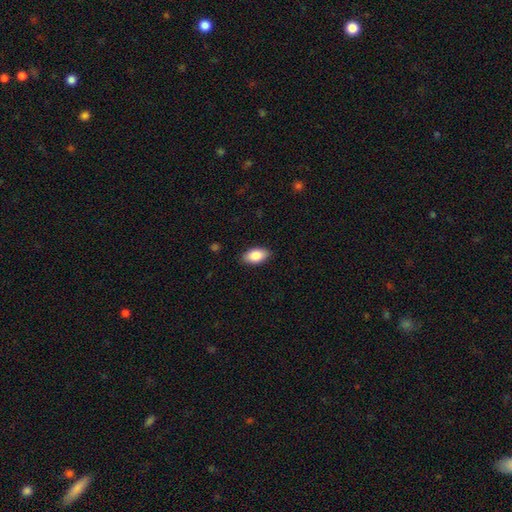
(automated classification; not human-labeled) A smooth galaxy with no disk features (86%) that is in between round and cigar-shaped (94%).

Vote fractions:
- Smooth or featured? smooth: 86% / featured or disk: 8% / star or artifact: 7%
- How rounded? in between: 94% / round: 4% / cigar-shaped: 3%
- Merging? none: 88% / minor disturbance: 9% / major disturbance: 2% / merger: 1%